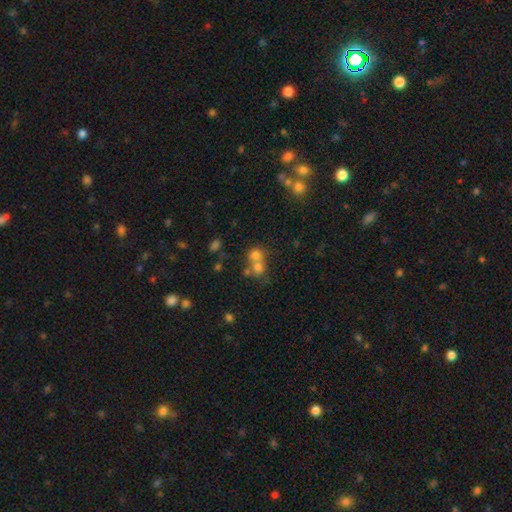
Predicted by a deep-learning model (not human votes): A smooth galaxy with no disk features (70%) that is round (78%). Merging: merger (57%).